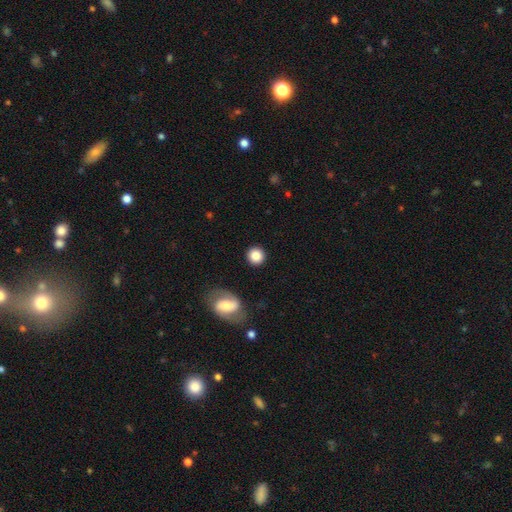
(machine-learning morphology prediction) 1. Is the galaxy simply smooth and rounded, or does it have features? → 83% smooth, 8% star or artifact, 8% featured or disk.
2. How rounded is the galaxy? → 91% round, 8% in between, 1% cigar-shaped.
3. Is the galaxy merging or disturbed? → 89% none, 6% minor disturbance, 3% major disturbance, 2% merger.